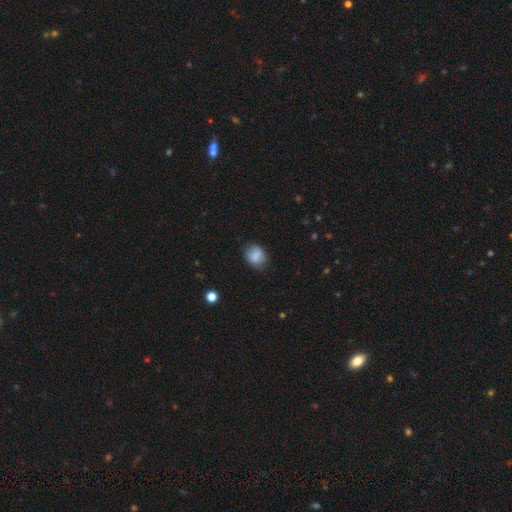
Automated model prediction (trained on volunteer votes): Smooth or featured? Predicted: smooth (p=0.82). How rounded? Predicted: in between (p=0.50). Merging? Predicted: none (p=0.75).